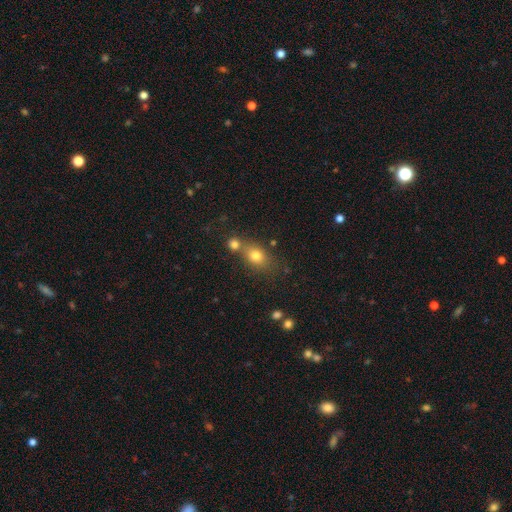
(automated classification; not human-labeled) smooth_or_featured: smooth (p=0.75) [alt: star or artifact p=0.13]
how_rounded: in between (p=0.57) [alt: round p=0.40]
merging: none (p=0.51) [alt: merger p=0.33]